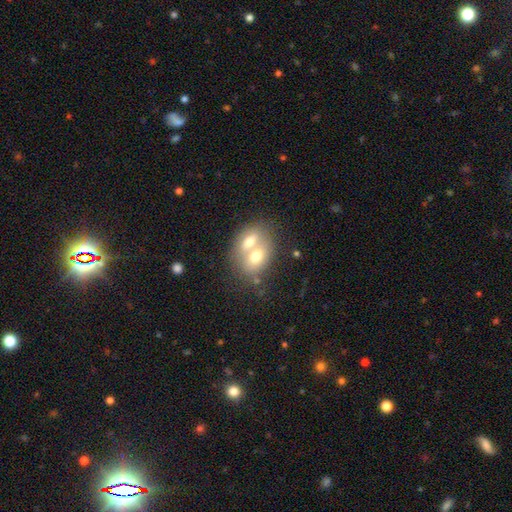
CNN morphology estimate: The model was most divided on "smooth or featured": smooth: 65%, featured or disk: 27%, star or artifact: 8%. More confident: merging — merger (72%); how rounded — in between (69%).